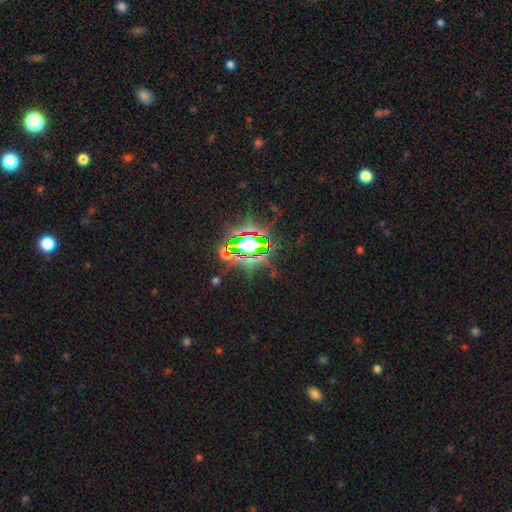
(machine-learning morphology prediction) Smooth or featured? Predicted: star or artifact (p=0.80).